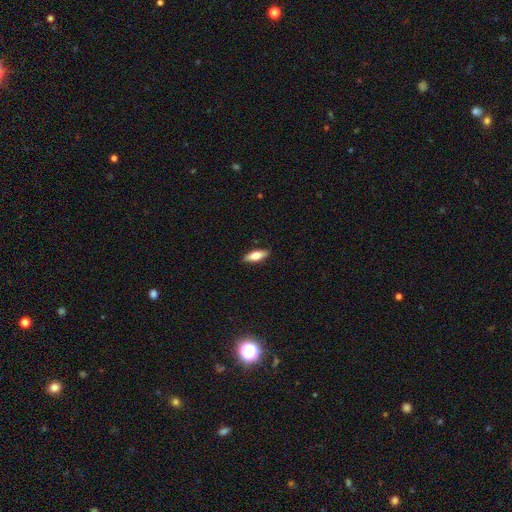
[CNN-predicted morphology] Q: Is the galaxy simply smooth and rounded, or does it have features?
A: smooth — 67%.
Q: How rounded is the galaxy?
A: in between — 58%.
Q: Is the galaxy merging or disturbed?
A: none — 88%.